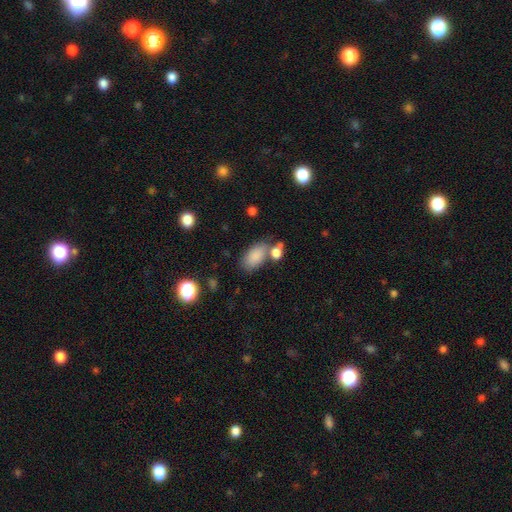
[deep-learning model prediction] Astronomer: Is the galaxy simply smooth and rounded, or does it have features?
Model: smooth — 85%.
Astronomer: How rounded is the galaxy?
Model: in between — 92%.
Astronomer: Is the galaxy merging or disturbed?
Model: none — 59%.